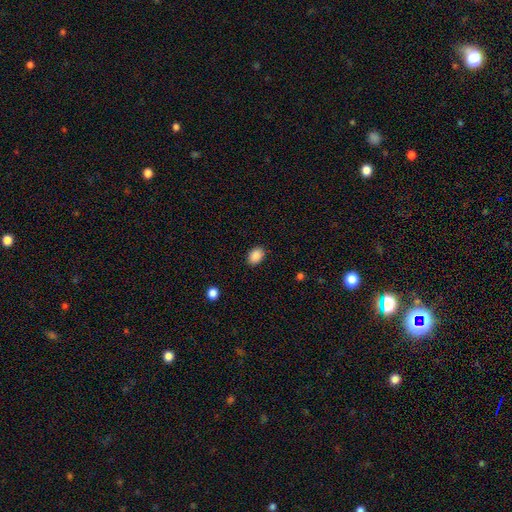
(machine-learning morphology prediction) This is clearly a smooth galaxy (89%). How rounded: likely in between (79%). Merging: clearly none (87%).